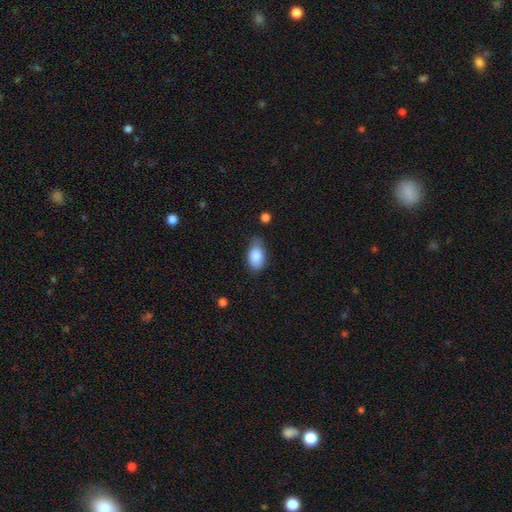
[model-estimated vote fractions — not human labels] Smooth or featured?
  - smooth: 86% *
  - featured or disk: 7%
  - star or artifact: 7%
How rounded?
  - in between: 91% *
  - round: 7%
  - cigar-shaped: 2%
Merging?
  - none: 63% *
  - minor disturbance: 29%
  - major disturbance: 6%
  - merger: 2%